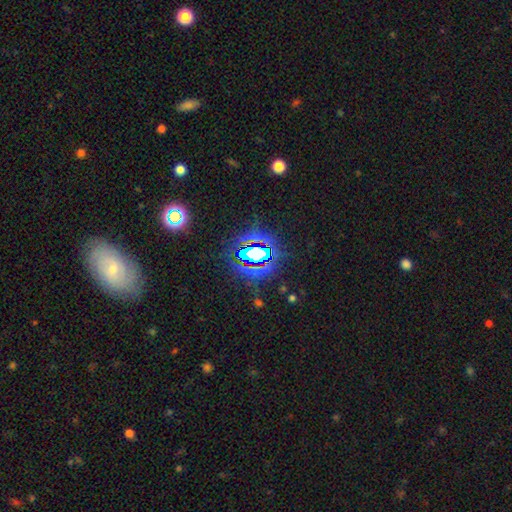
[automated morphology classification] The model was most divided on "smooth or featured": star or artifact: 74%, smooth: 15%, featured or disk: 11%.